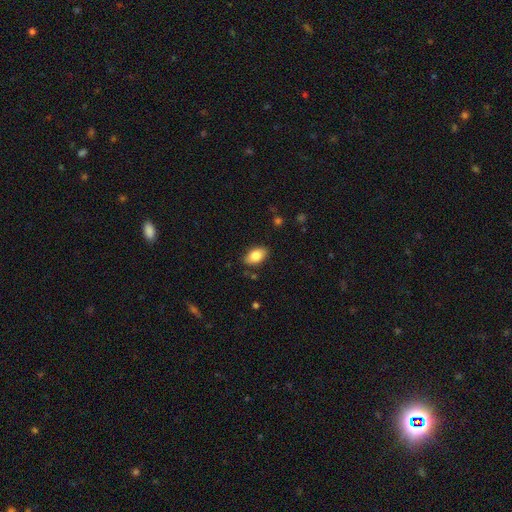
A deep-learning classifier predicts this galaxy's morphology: A smooth galaxy with no disk features (83%) that is in between round and cigar-shaped (91%). Merging: none (84%).